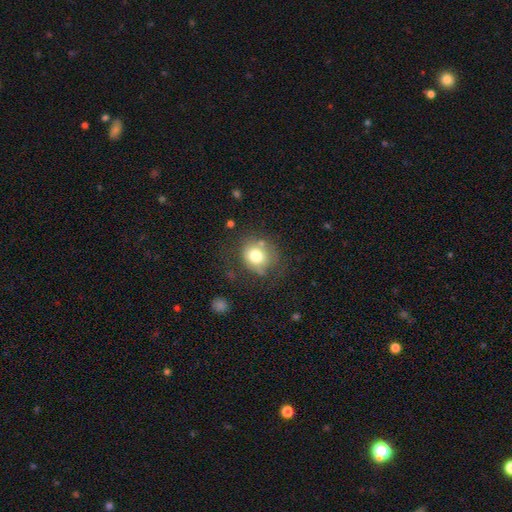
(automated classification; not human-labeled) Overall: smooth (74%). How rounded: round (74%). Merging: none (61%; minor disturbance 22%).